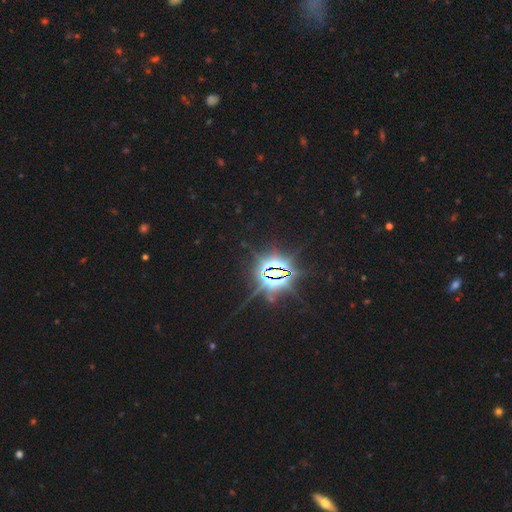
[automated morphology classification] Smooth or featured: star or artifact — 86% (smooth — 8%)